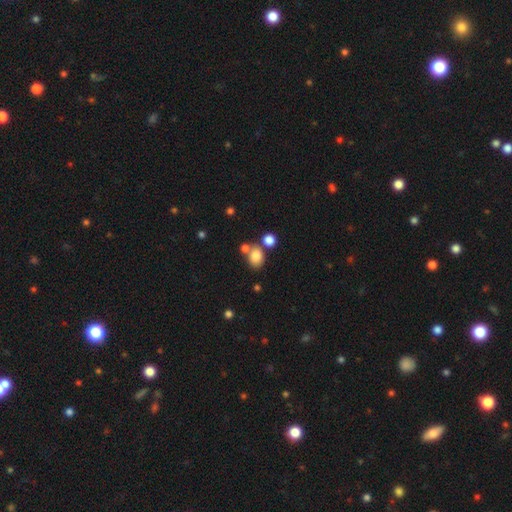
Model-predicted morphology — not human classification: This is clearly a smooth galaxy (81%). How rounded: possibly in between (54%). Merging: possibly none (58%).